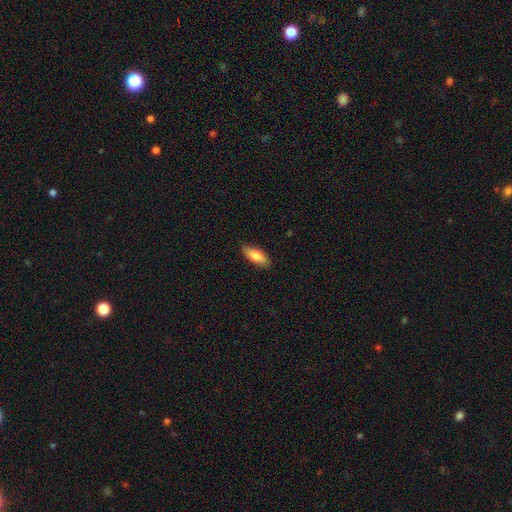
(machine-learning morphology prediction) Overall: smooth (80%). How rounded: in between (71%). Merging: none (86%).